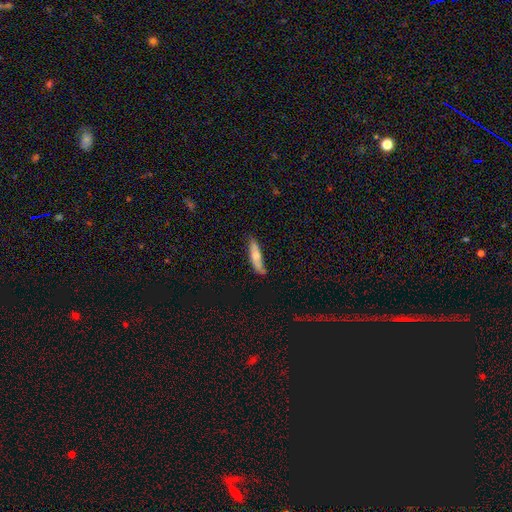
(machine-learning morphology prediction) smooth-or-featured: smooth: 49% | featured or disk: 44% | star or artifact: 7%
  merging: none: 76% | minor disturbance: 18% | major disturbance: 4% | merger: 2%